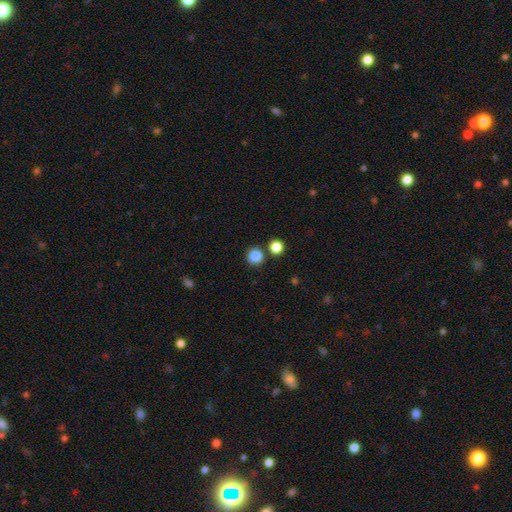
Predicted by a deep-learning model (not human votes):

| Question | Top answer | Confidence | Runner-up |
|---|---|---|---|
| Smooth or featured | smooth | 85% | star or artifact (11%) |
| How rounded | round | 93% | in between (6%) |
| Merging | none | 81% | merger (10%) |